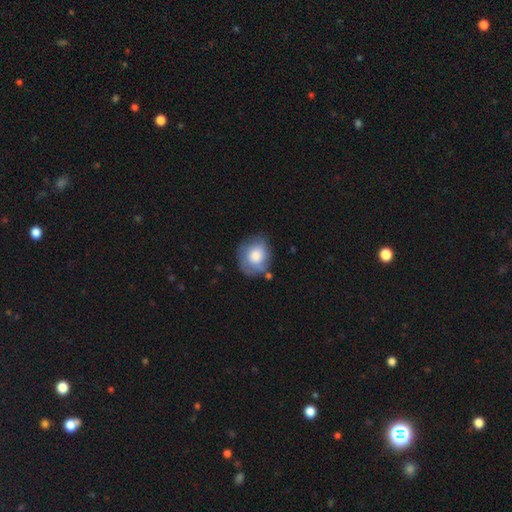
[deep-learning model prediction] The model was most divided on "merging": none: 63%, minor disturbance: 24%, major disturbance: 8%, merger: 5%. More confident: smooth or featured — smooth (72%); how rounded — round (70%).